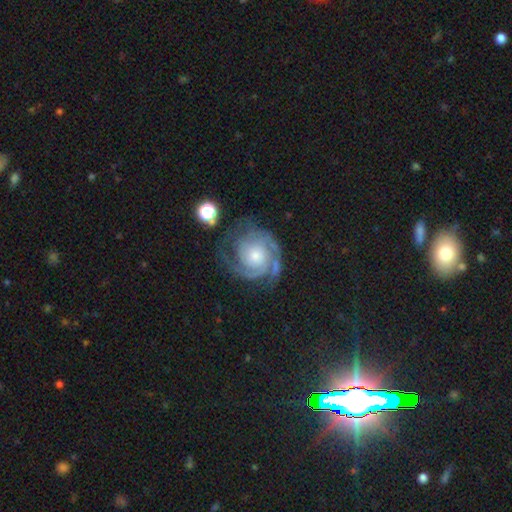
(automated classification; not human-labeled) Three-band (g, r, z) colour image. It shows a featured or disk galaxy (87%) with no bar (78%), 2 (41%) tight (68%) spiral arms (97%) and a small central bulge (45%). Merging: none (68%).